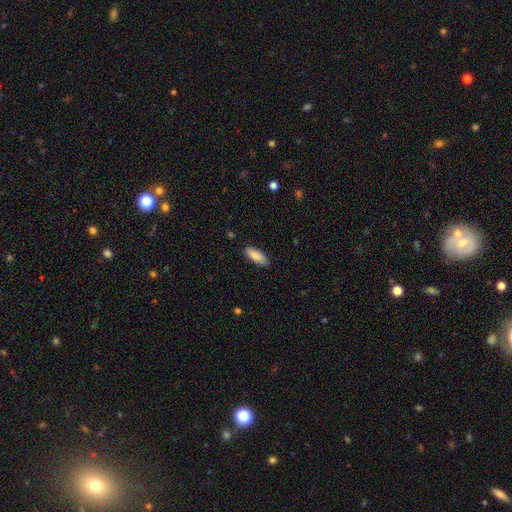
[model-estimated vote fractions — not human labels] Morphology: type=smooth (84%); roundness=in between (75%); merging=none (86%).